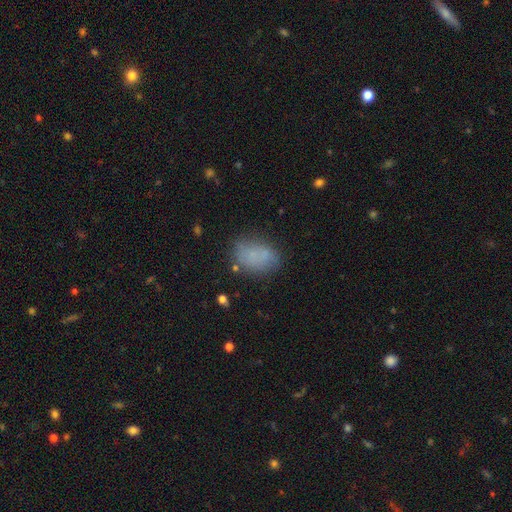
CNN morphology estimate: smooth-or-featured: smooth: 73% | featured or disk: 15% | star or artifact: 12%
  how-rounded: in between: 81% | round: 17% | cigar-shaped: 2%
  merging: none: 69% | minor disturbance: 19% | major disturbance: 7% | merger: 5%